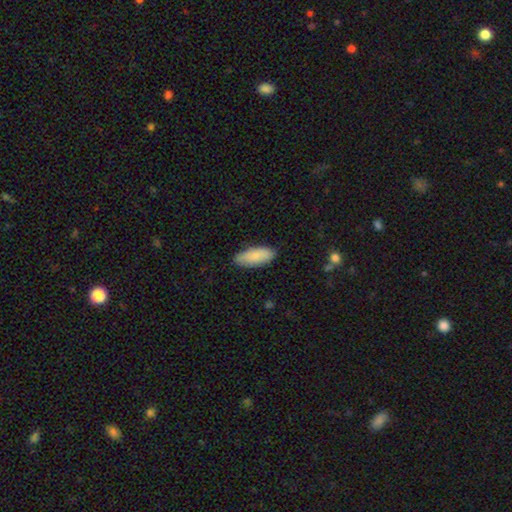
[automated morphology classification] Smooth or featured: smooth — 85% (featured or disk — 9%)
How rounded: in between — 82% (cigar-shaped — 17%)
Merging: none — 85% (minor disturbance — 12%)